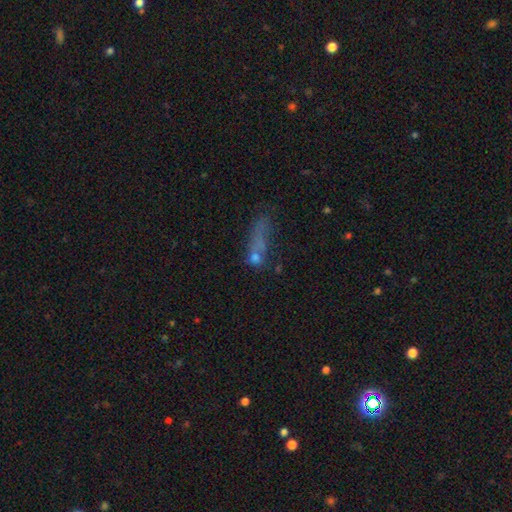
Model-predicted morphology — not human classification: This appears to be a smooth galaxy with no disk features (54%) that is in between round and cigar-shaped (48%). Merging: none (32%).